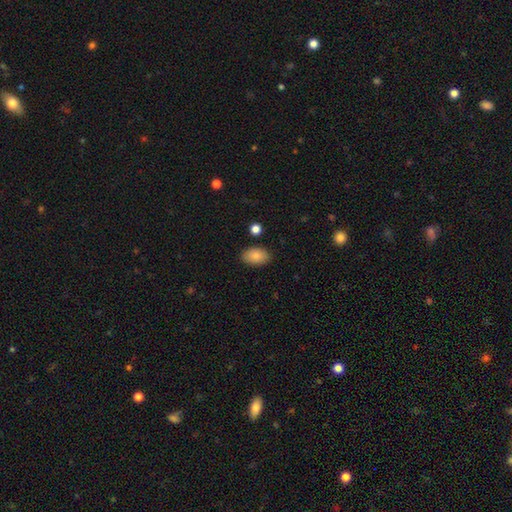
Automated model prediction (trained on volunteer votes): Smooth or featured? Predicted: smooth (p=0.85). How rounded? Predicted: in between (p=0.90). Merging? Predicted: none (p=0.85).